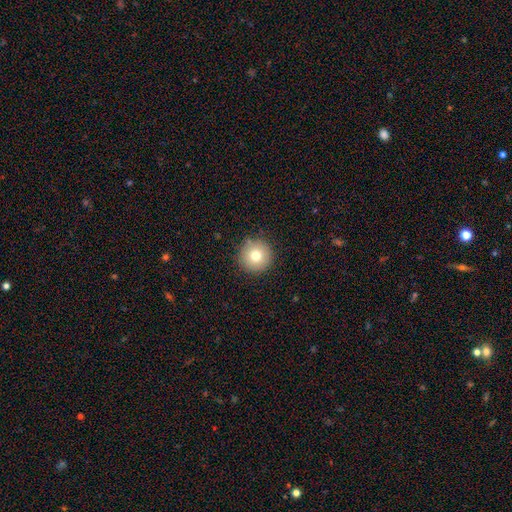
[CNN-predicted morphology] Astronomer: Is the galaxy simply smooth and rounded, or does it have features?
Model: smooth — 76%.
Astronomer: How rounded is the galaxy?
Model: round — 96%.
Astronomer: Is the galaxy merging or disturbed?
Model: none — 90%.